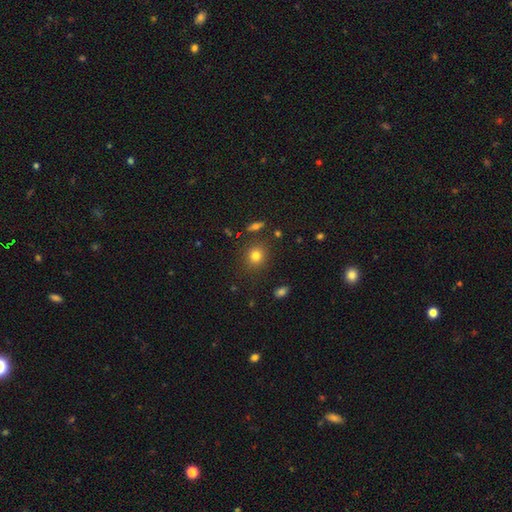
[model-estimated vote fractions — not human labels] smooth 79%, star or artifact 13%, featured or disk 8%. Down the decision tree: how rounded — round (84%); merging — none (86%).